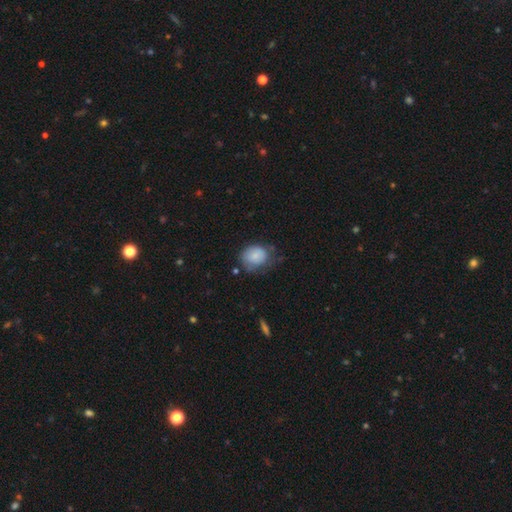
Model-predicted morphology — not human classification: type=smooth (77%); roundness=round (52%); merging=none (44%).